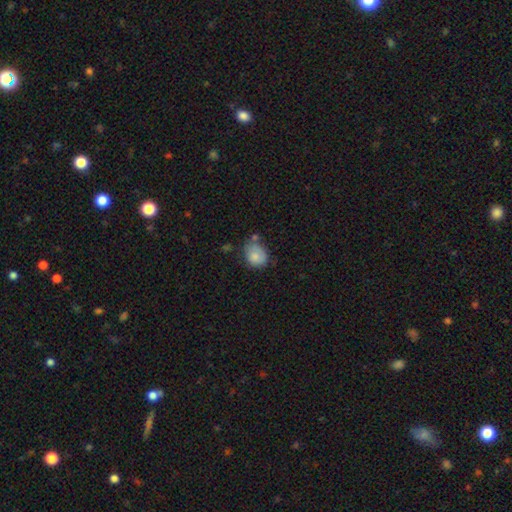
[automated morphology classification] Smooth or featured?
  - smooth: 79% *
  - featured or disk: 13%
  - star or artifact: 8%
How rounded?
  - in between: 52% *
  - round: 47%
  - cigar-shaped: 1%
Merging?
  - none: 48% *
  - minor disturbance: 32%
  - merger: 11%
  - major disturbance: 10%